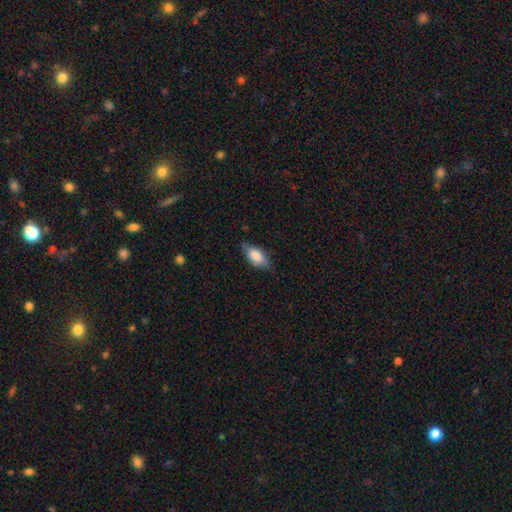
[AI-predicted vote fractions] Overall: smooth (79%). How rounded: in between (88%). Merging: none (70%).